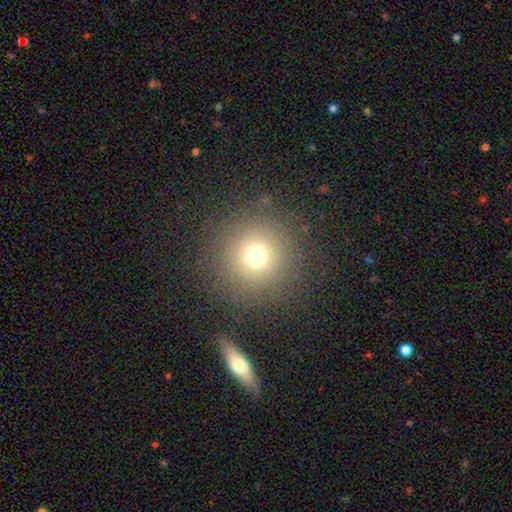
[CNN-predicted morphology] Smooth or featured? smooth (69%)
How rounded? round (95%)
Merging? none (88%)